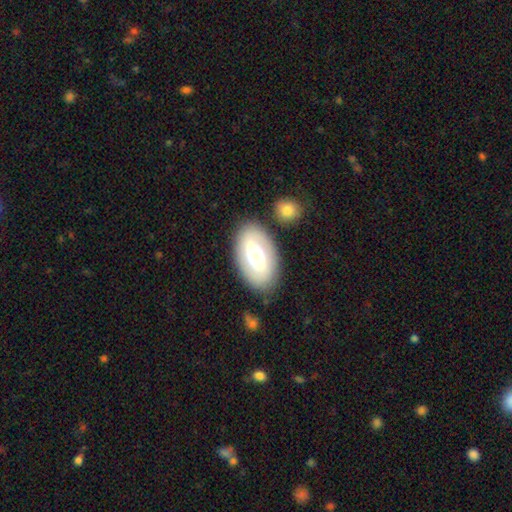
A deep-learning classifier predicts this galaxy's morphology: type=smooth (52%); roundness=in between (92%); merging=none (80%).